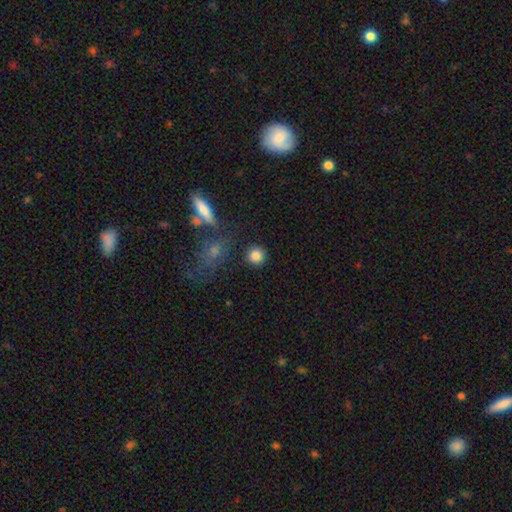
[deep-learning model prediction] Smooth or featured? smooth (85%)
How rounded? round (91%)
Merging? none (84%)